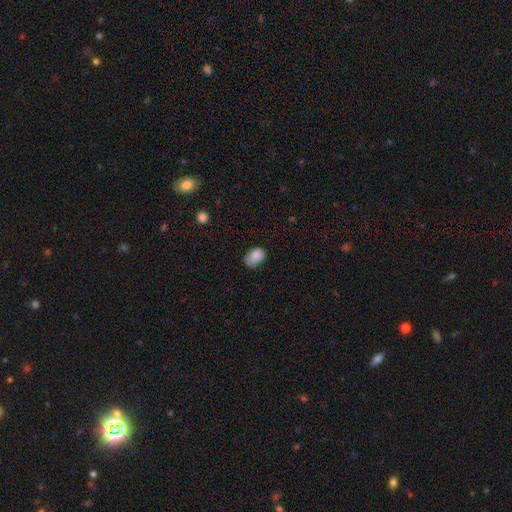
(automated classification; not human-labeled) smooth-or-featured: smooth: 85% | star or artifact: 8% | featured or disk: 6%
  how-rounded: in between: 84% | round: 15% | cigar-shaped: 1%
  merging: none: 59% | minor disturbance: 32% | major disturbance: 8% | merger: 2%